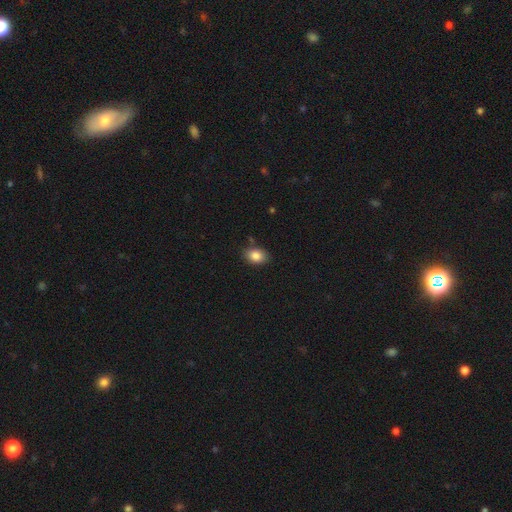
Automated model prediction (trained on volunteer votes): Smooth or featured? smooth (86%)
How rounded? in between (75%)
Merging? none (82%)